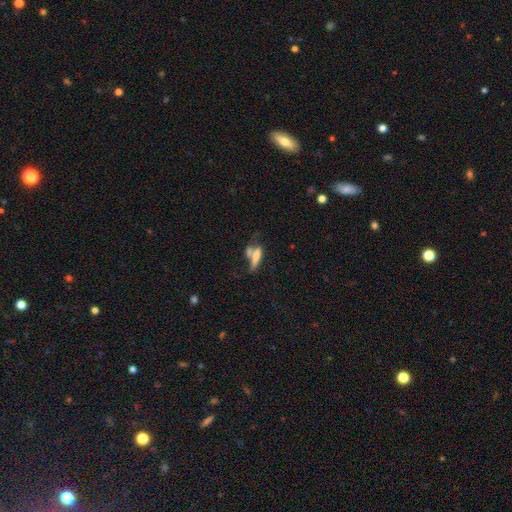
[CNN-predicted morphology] smooth 55%, featured or disk 35%, star or artifact 11%. Down the decision tree: how rounded — cigar-shaped (59%); merging — merger (42%).